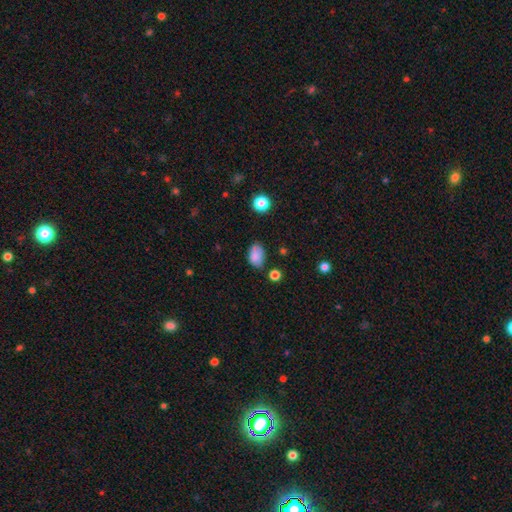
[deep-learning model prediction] A smooth galaxy with no disk features (83%) that is in between round and cigar-shaped (87%).

Vote fractions:
- Smooth or featured? smooth: 83% / star or artifact: 9% / featured or disk: 7%
- How rounded? in between: 87% / round: 12% / cigar-shaped: 1%
- Merging? none: 63% / minor disturbance: 27% / major disturbance: 6% / merger: 5%